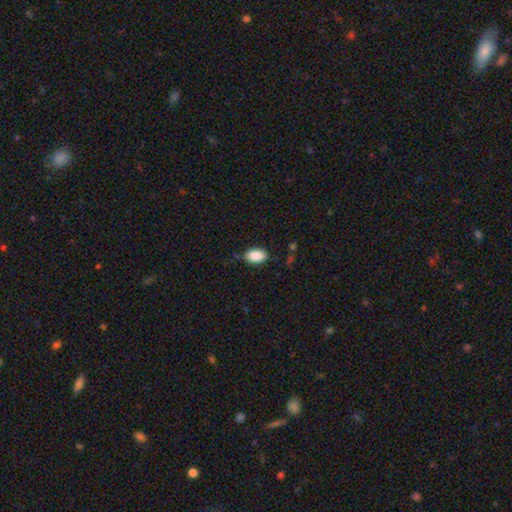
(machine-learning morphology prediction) Smooth or featured?
  - smooth: 89% *
  - star or artifact: 7%
  - featured or disk: 4%
How rounded?
  - in between: 93% *
  - round: 6%
  - cigar-shaped: 2%
Merging?
  - none: 81% *
  - minor disturbance: 15%
  - major disturbance: 3%
  - merger: 2%